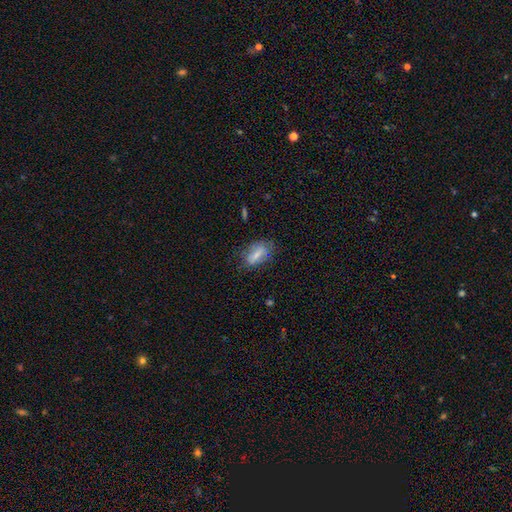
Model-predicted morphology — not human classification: This is possibly a smooth galaxy (53%). How rounded: likely in between (79%). Merging: likely none (65%).